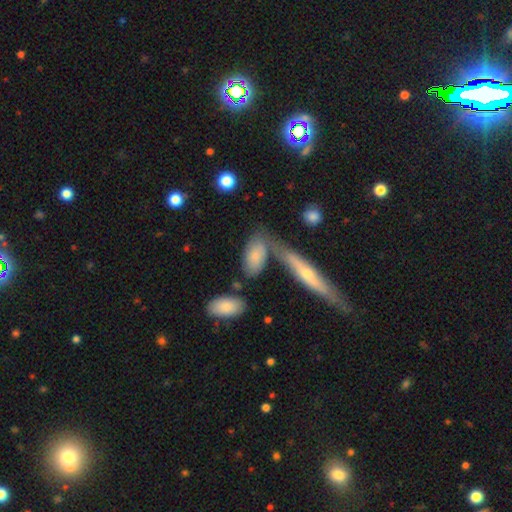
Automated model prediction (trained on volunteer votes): Smooth or featured?
  - smooth: 68% *
  - featured or disk: 24%
  - star or artifact: 7%
How rounded?
  - in between: 85% *
  - cigar-shaped: 12%
  - round: 4%
Merging?
  - none: 46% *
  - merger: 27%
  - minor disturbance: 18%
  - major disturbance: 8%